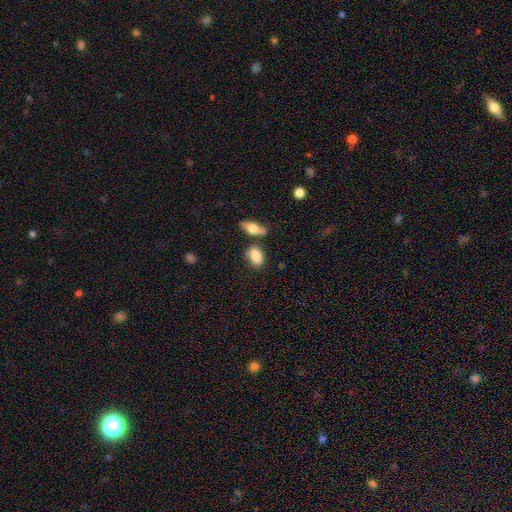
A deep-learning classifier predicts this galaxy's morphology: Smooth or featured? smooth (84%)
How rounded? in between (81%)
Merging? none (67%)